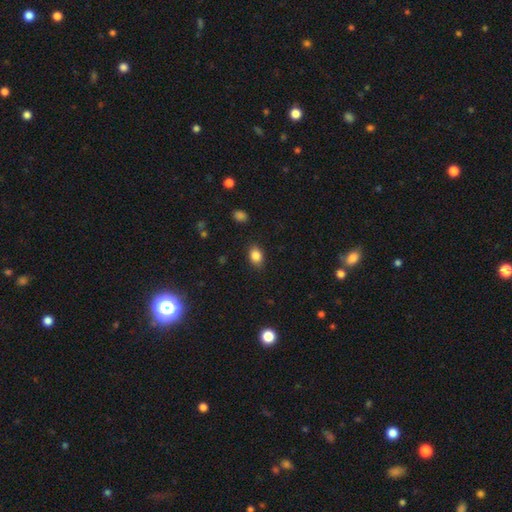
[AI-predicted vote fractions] smooth_or_featured: smooth (p=0.84) [alt: star or artifact p=0.10]
how_rounded: in between (p=0.72) [alt: round p=0.27]
merging: none (p=0.84) [alt: minor disturbance p=0.12]